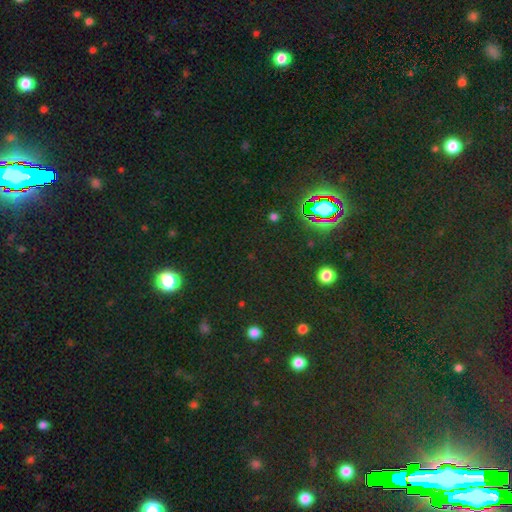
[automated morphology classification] A star or artifact, not a galaxy (80%).